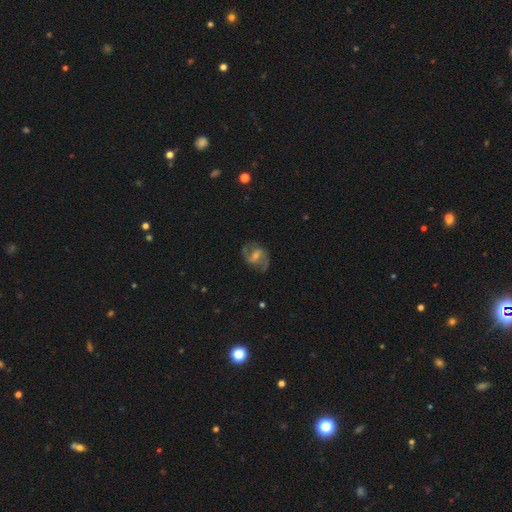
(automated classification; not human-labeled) featured or disk 77%, smooth 14%, star or artifact 9%. Down the decision tree: edge-on disk — no (97%); bar — weak (51%); spiral arms — yes (92%); spiral arm count — 2 (82%); spiral winding — medium (51%); bulge size — small (45%); merging — none (73%).